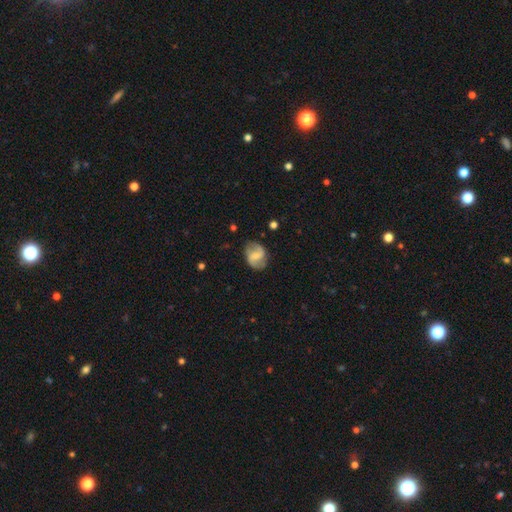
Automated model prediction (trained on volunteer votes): A featured or disk galaxy (74%) with a weak bar (51%), 2 (90%) medium (43%) spiral arms (93%) and a small central bulge (41%). Merging: none (78%).